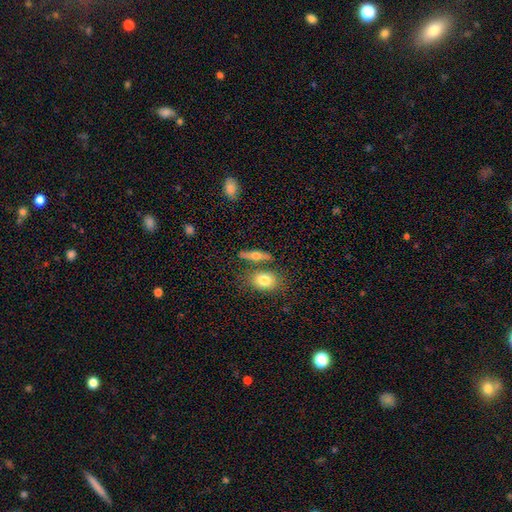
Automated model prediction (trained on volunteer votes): Smooth or featured: smooth — 49% (featured or disk — 44%)
Merging: none — 71% (merger — 14%)